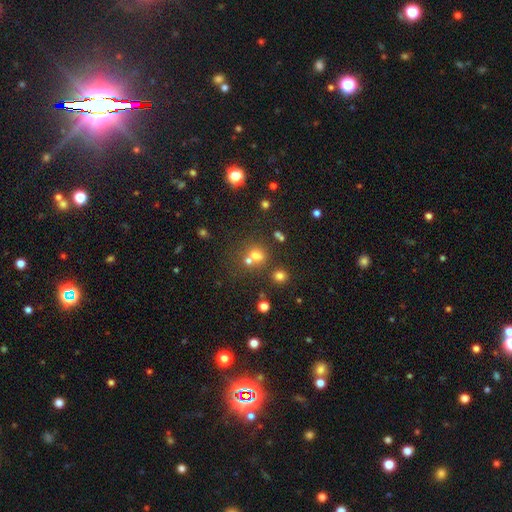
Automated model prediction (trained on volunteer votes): smooth 58%, star or artifact 30%, featured or disk 13%. Down the decision tree: how rounded — round (79%); merging — none (52%).